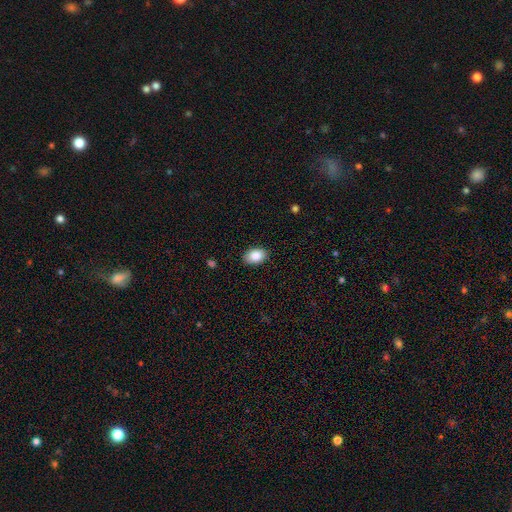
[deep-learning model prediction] smooth 88%, star or artifact 7%, featured or disk 5%. Down the decision tree: how rounded — in between (85%); merging — none (87%).